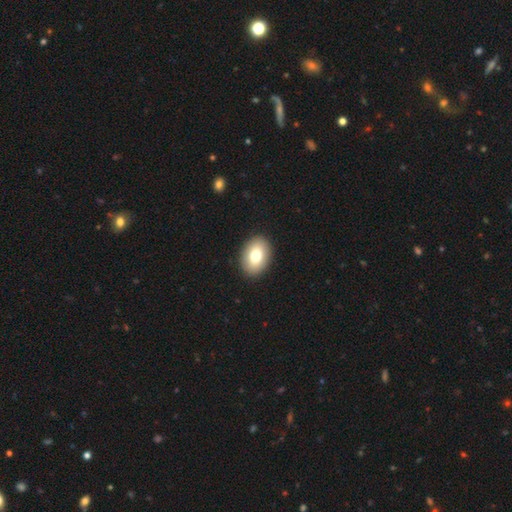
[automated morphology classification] This appears to be a smooth galaxy with no disk features (78%) that is in between round and cigar-shaped (83%). Merging: none (91%).